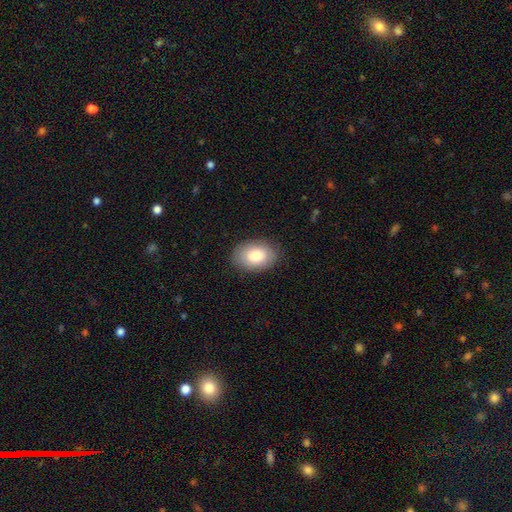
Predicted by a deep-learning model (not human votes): Smooth or featured?
  - smooth: 80% *
  - featured or disk: 13%
  - star or artifact: 7%
How rounded?
  - in between: 80% *
  - round: 19%
  - cigar-shaped: 1%
Merging?
  - none: 87% *
  - minor disturbance: 10%
  - major disturbance: 3%
  - merger: 1%